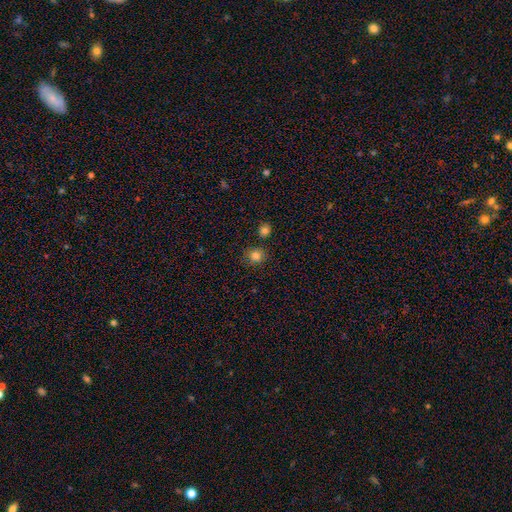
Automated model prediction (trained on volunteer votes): Morphology: type=smooth (84%); roundness=round (85%); merging=none (81%).